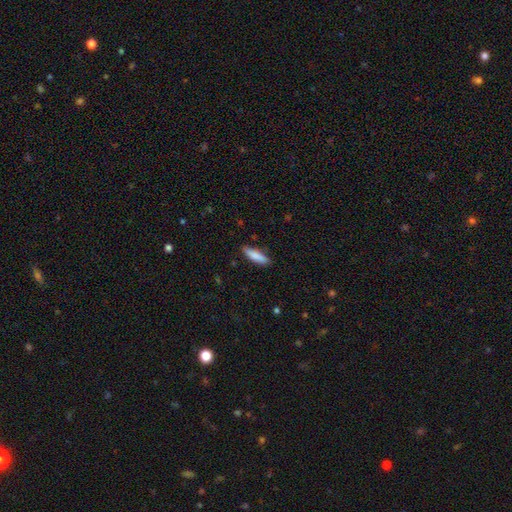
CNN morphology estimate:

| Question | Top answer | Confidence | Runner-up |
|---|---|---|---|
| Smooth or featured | smooth | 83% | featured or disk (11%) |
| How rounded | cigar-shaped | 69% | in between (29%) |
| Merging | none | 83% | minor disturbance (13%) |